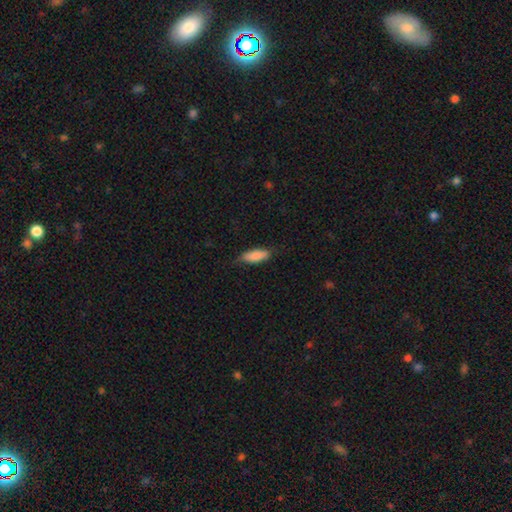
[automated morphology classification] Smooth or featured? smooth (81%)
How rounded? in between (69%)
Merging? none (74%)